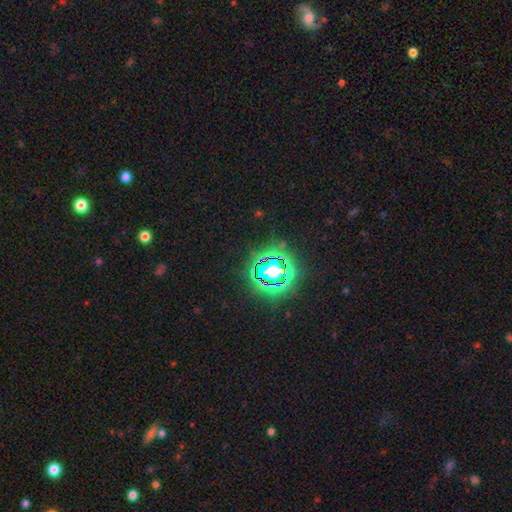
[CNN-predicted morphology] A star or artifact, not a galaxy (80%).

Vote fractions:
- Smooth or featured? star or artifact: 80% / smooth: 13% / featured or disk: 7%